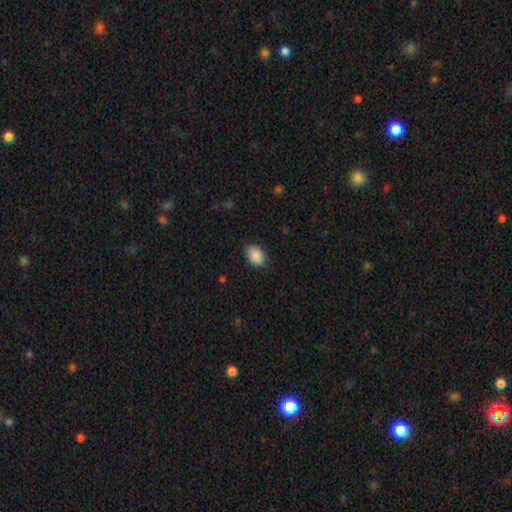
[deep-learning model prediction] Overall: smooth (88%). How rounded: in between (79%). Merging: none (81%).